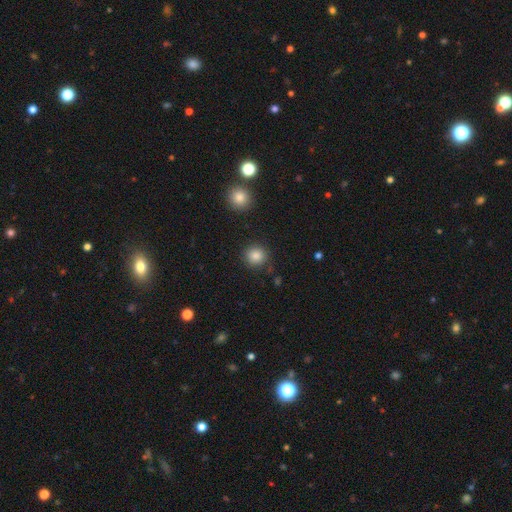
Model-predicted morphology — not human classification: smooth 86%, star or artifact 10%, featured or disk 4%. Down the decision tree: how rounded — round (92%); merging — none (86%).